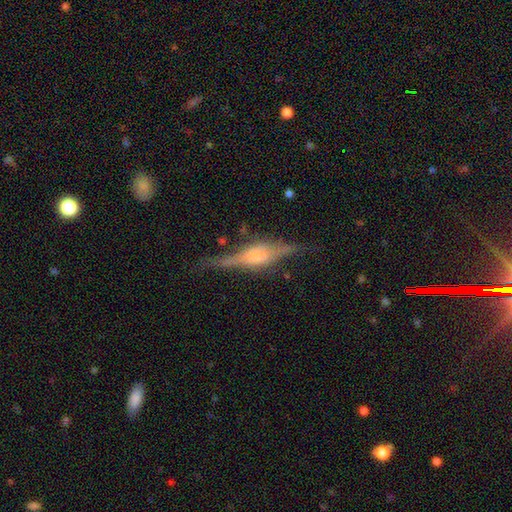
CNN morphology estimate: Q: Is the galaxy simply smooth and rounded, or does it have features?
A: featured or disk — 79%.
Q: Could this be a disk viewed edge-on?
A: yes — 96%.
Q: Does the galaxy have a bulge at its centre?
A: rounded — 75%.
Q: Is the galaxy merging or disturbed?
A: none — 76%.